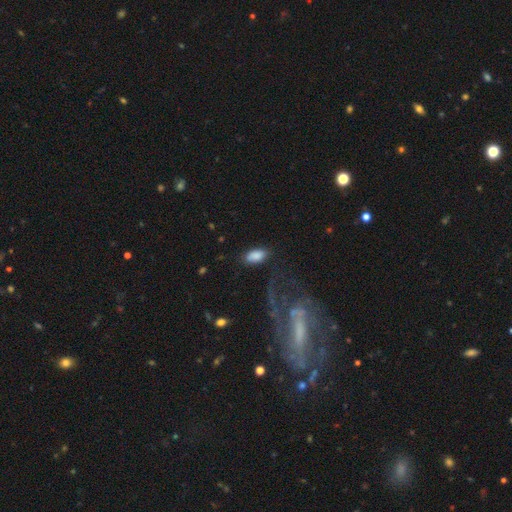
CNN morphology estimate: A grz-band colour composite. It shows a smooth galaxy with no disk features (86%) that is in between round and cigar-shaped (93%). Merging: none (77%).